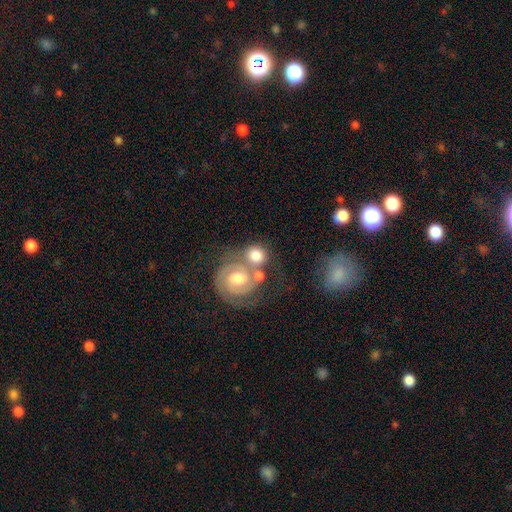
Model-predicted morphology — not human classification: This is possibly a smooth galaxy (48%). Merging: possibly merger (46%).